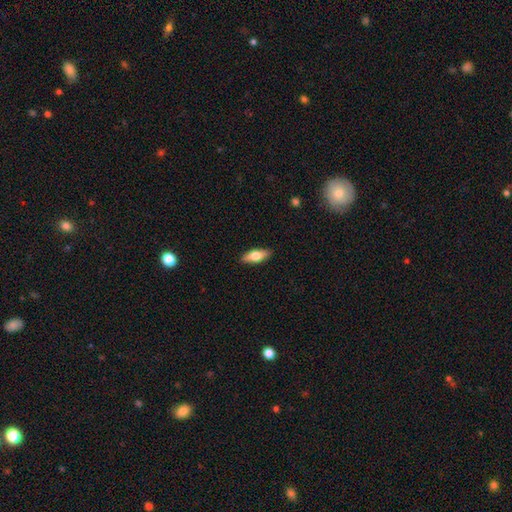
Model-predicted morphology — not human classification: smooth-or-featured: smooth: 65% | featured or disk: 29% | star or artifact: 6%
  how-rounded: in between: 69% | cigar-shaped: 28% | round: 3%
  merging: none: 89% | minor disturbance: 8% | major disturbance: 2% | merger: 1%